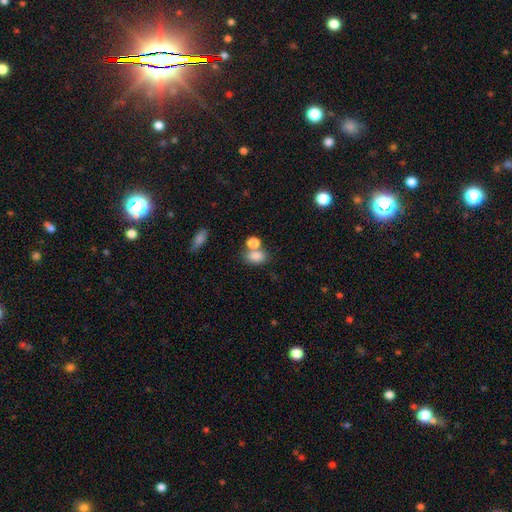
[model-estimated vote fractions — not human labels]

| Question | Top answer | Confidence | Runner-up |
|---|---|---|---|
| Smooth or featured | smooth | 81% | star or artifact (10%) |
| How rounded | in between | 76% | round (22%) |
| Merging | none | 45% | merger (38%) |